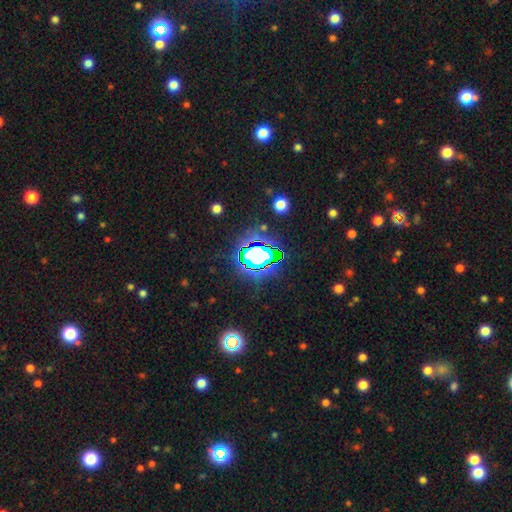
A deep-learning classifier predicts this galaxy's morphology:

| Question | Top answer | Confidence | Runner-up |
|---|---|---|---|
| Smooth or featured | star or artifact | 68% | smooth (20%) |